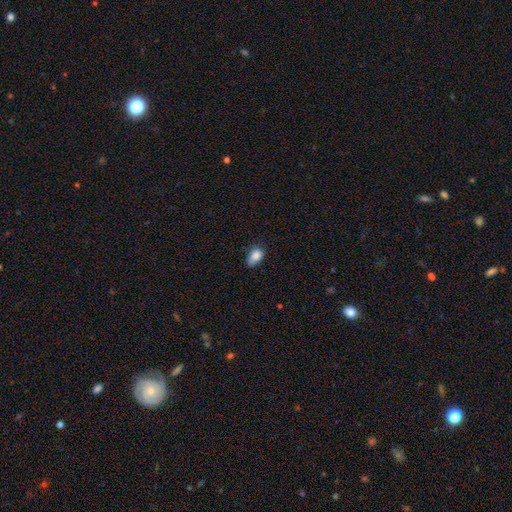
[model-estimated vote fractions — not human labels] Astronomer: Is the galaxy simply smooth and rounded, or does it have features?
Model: smooth — 84%.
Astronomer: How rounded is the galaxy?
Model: in between — 87%.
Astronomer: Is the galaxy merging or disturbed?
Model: none — 52% (runner-up: minor disturbance, 37%).